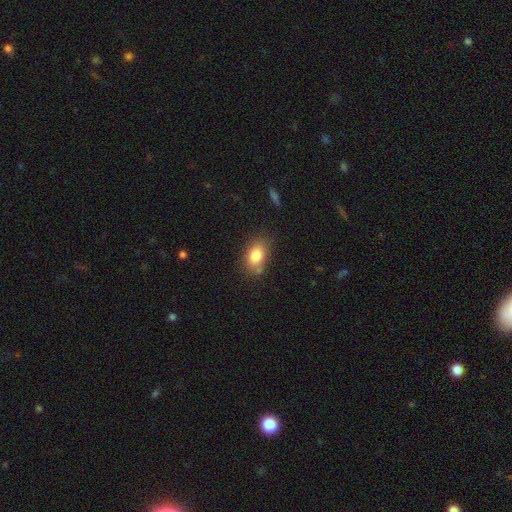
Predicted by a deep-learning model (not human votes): A smooth galaxy with no disk features (83%) that is in between round and cigar-shaped (84%). Merging: none (70%).